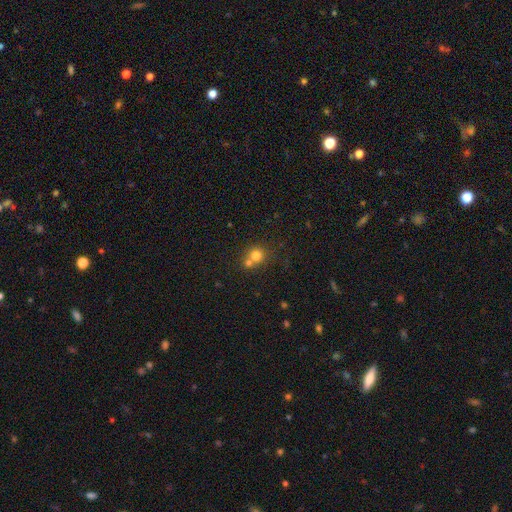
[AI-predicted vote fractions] Smooth or featured?
  - smooth: 75% *
  - star or artifact: 14%
  - featured or disk: 11%
How rounded?
  - round: 86% *
  - in between: 13%
  - cigar-shaped: 1%
Merging?
  - merger: 46% *
  - none: 44%
  - minor disturbance: 7%
  - major disturbance: 3%